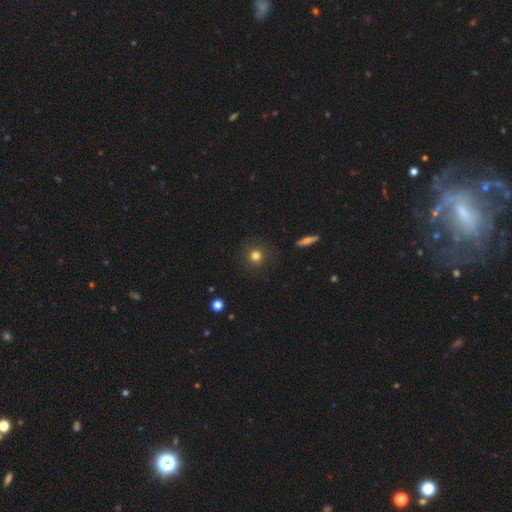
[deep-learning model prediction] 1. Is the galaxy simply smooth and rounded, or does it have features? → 80% smooth, 13% star or artifact, 8% featured or disk.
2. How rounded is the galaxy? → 92% round, 7% in between, 1% cigar-shaped.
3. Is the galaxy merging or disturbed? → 88% none, 8% minor disturbance, 3% major disturbance, 1% merger.